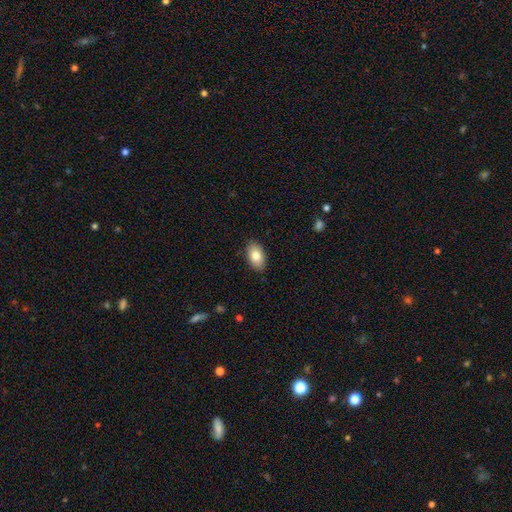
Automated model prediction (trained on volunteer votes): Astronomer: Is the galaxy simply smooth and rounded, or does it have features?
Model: smooth — 80%.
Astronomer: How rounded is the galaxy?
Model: in between — 93%.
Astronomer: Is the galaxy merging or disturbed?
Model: none — 88%.